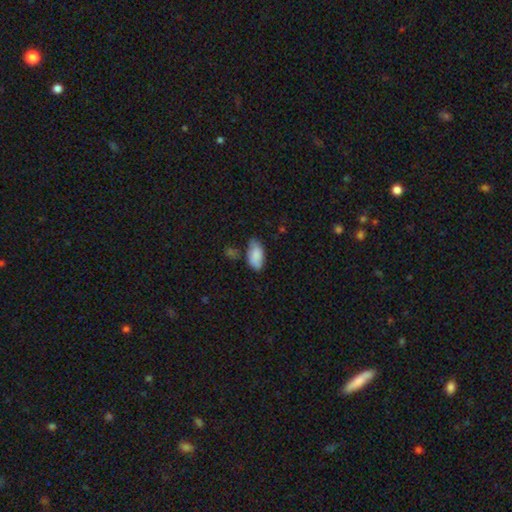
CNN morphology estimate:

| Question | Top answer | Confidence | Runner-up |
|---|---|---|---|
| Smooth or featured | smooth | 83% | featured or disk (11%) |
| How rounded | in between | 94% | cigar-shaped (3%) |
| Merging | none | 61% | minor disturbance (28%) |